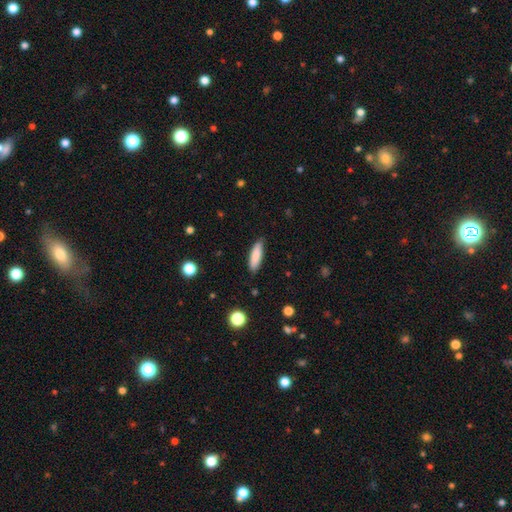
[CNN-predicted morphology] A smooth galaxy with no disk features (85%) that is cigar-shaped (59%). Merging: none (86%).